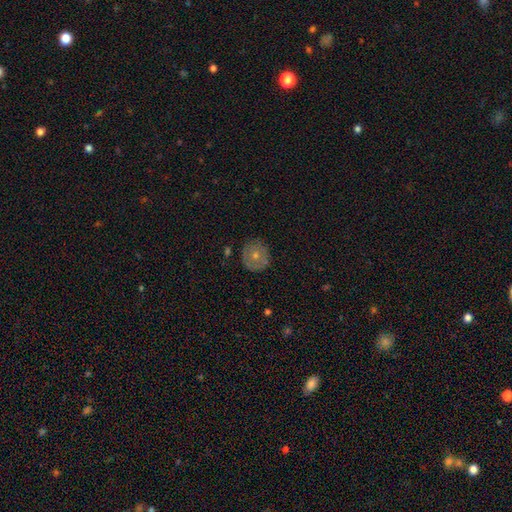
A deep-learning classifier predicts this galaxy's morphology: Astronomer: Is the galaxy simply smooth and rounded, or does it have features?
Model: smooth — 59%.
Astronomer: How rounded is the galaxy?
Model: round — 92%.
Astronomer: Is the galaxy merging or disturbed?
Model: none — 83%.